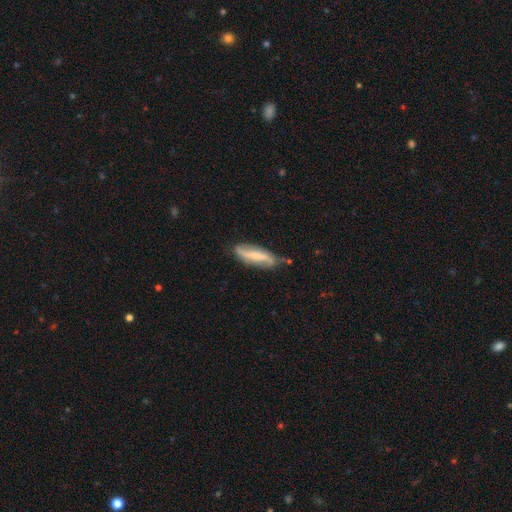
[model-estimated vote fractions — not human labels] Smooth or featured? featured or disk (56%)
Edge-on disk? no (76%)
Merging? none (67%)